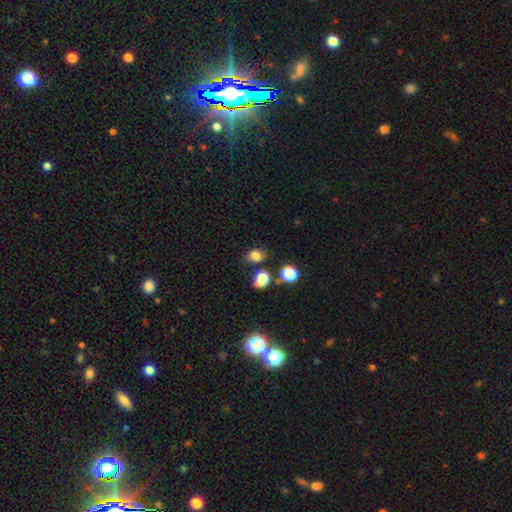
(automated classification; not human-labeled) Smooth or featured?
  - smooth: 78% *
  - star or artifact: 15%
  - featured or disk: 7%
How rounded?
  - in between: 50% *
  - round: 49%
  - cigar-shaped: 1%
Merging?
  - none: 64% *
  - minor disturbance: 17%
  - merger: 13%
  - major disturbance: 6%